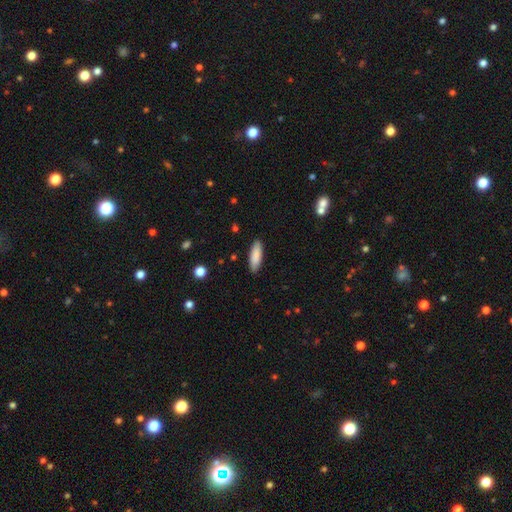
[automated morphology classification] A smooth galaxy with no disk features (87%) that is in between round and cigar-shaped (50%).

Vote fractions:
- Smooth or featured? smooth: 87% / featured or disk: 7% / star or artifact: 6%
- How rounded? in between: 50% / cigar-shaped: 48% / round: 1%
- Merging? none: 89% / minor disturbance: 8% / major disturbance: 2% / merger: 1%